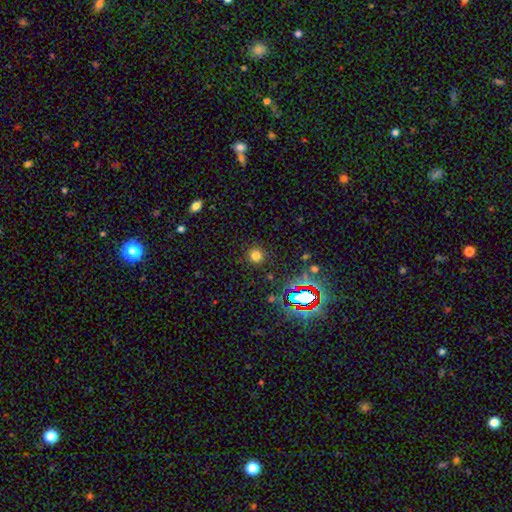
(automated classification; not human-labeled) Overall: smooth (74%). How rounded: round (94%). Merging: none (89%).